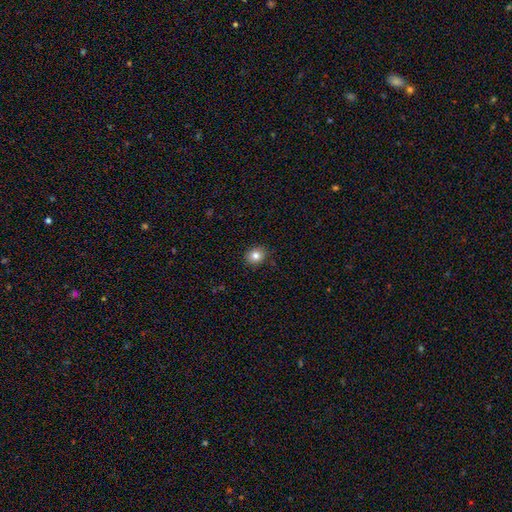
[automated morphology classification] This is clearly a smooth galaxy (81%). How rounded: likely round (70%). Merging: clearly none (88%).